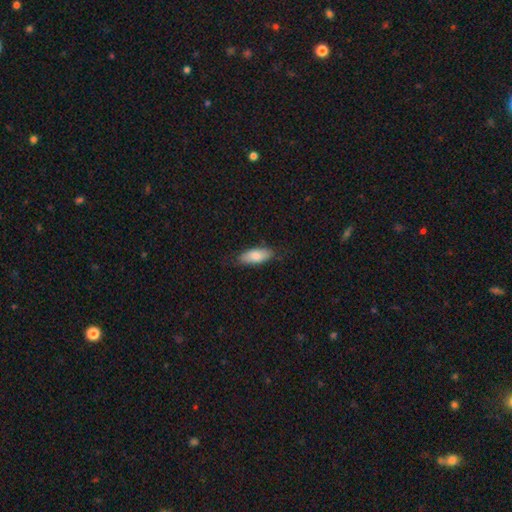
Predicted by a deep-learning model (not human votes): smooth 80%, featured or disk 14%, star or artifact 6%. Down the decision tree: how rounded — in between (79%); merging — none (79%).